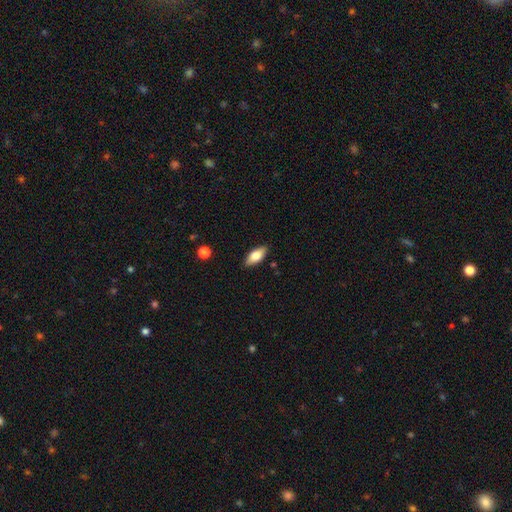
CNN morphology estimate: Q: Smooth or featured?
A: smooth (72%); runner-up: featured or disk (22%)
Q: How rounded?
A: in between (84%); runner-up: cigar-shaped (13%)
Q: Merging?
A: none (87%); runner-up: minor disturbance (10%)